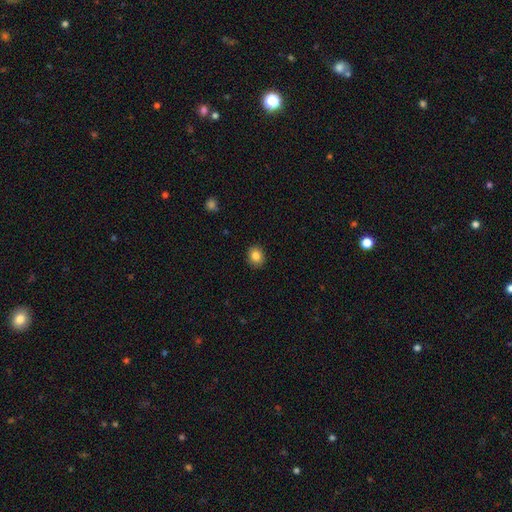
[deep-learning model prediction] This is clearly a smooth galaxy (84%). How rounded: likely round (67%). Merging: clearly none (90%).